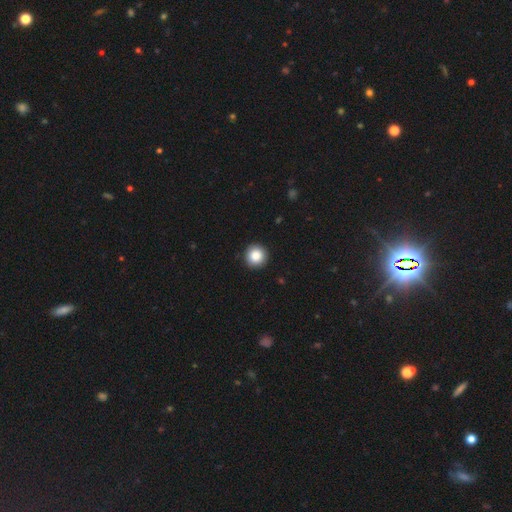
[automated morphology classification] Overall: smooth (87%). How rounded: round (95%). Merging: none (93%).